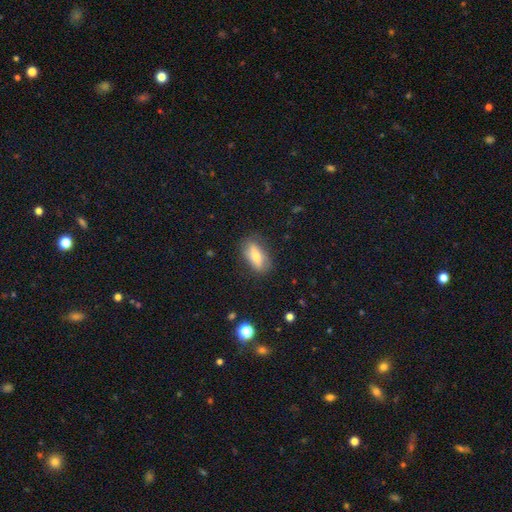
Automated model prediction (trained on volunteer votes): Smooth or featured?
  - smooth: 66% *
  - featured or disk: 26%
  - star or artifact: 8%
How rounded?
  - in between: 69% *
  - cigar-shaped: 27%
  - round: 4%
Merging?
  - none: 81% *
  - minor disturbance: 14%
  - major disturbance: 4%
  - merger: 1%